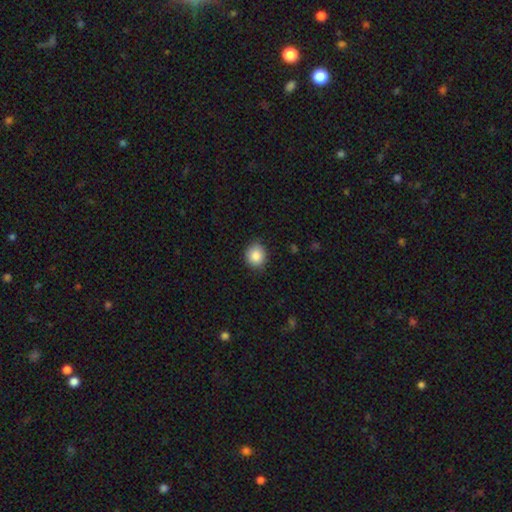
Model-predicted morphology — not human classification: Smooth or featured: smooth — 87% (star or artifact — 8%)
How rounded: round — 78% (in between — 22%)
Merging: none — 84% (minor disturbance — 13%)